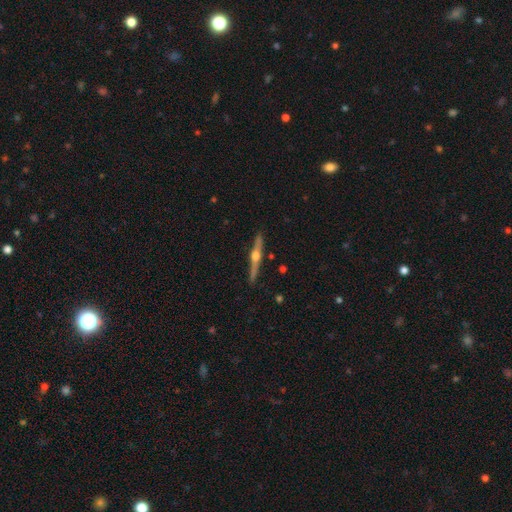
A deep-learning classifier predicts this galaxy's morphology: Smooth or featured?
  - featured or disk: 82% *
  - smooth: 13%
  - star or artifact: 5%
Edge-on disk?
  - yes: 98% *
  - no: 2%
Edge-on bulge?
  - rounded: 95% *
  - boxy: 3%
  - none: 2%
Merging?
  - none: 91% *
  - minor disturbance: 7%
  - major disturbance: 1%
  - merger: 1%